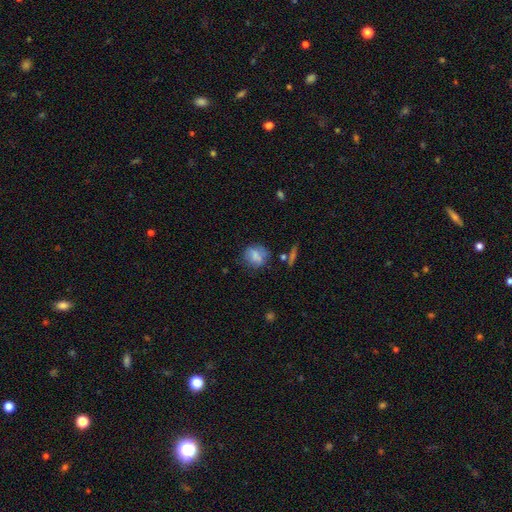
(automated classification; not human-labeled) Morphology: type=smooth (71%); roundness=round (66%); merging=none (62%).